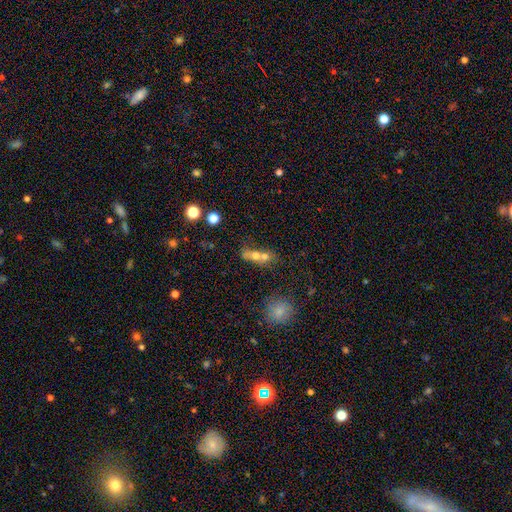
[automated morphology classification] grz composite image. It shows a smooth galaxy with no disk features (61%) that is in between round and cigar-shaped (46%). Merging: merger (65%).